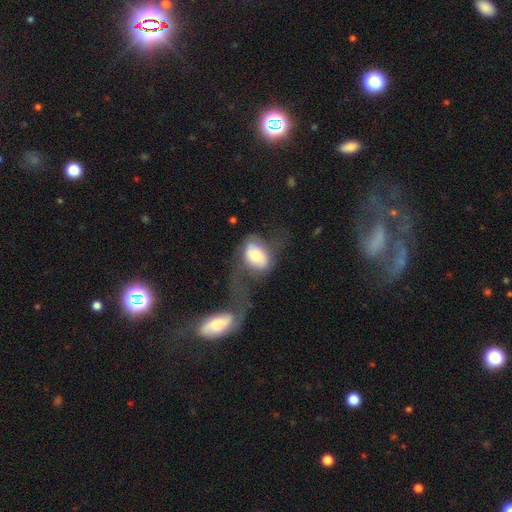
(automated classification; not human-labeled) This appears to be a smooth galaxy with no disk features (55%) that is in between round and cigar-shaped (74%). Merging: major disturbance (42%).